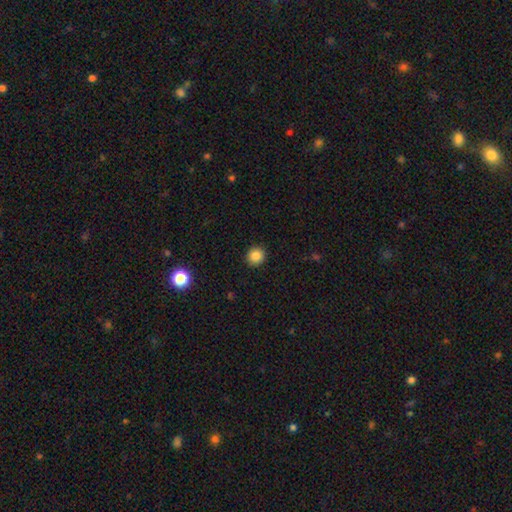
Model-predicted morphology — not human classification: Smooth or featured? Predicted: smooth (p=0.84). How rounded? Predicted: round (p=0.90). Merging? Predicted: none (p=0.92).